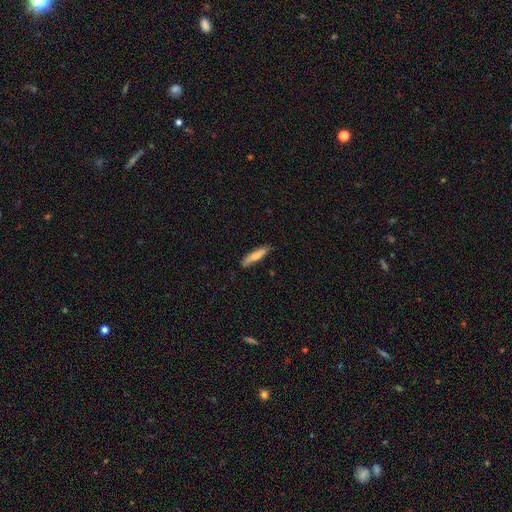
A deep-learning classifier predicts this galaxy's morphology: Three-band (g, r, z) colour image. It shows a smooth galaxy with no disk features (72%) that is cigar-shaped (83%). Merging: none (80%).